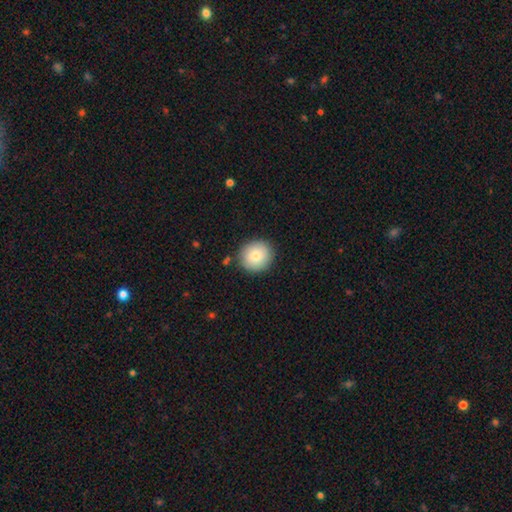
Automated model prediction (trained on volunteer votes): This appears to be a smooth galaxy with no disk features (83%) that is round (89%). Merging: none (88%).